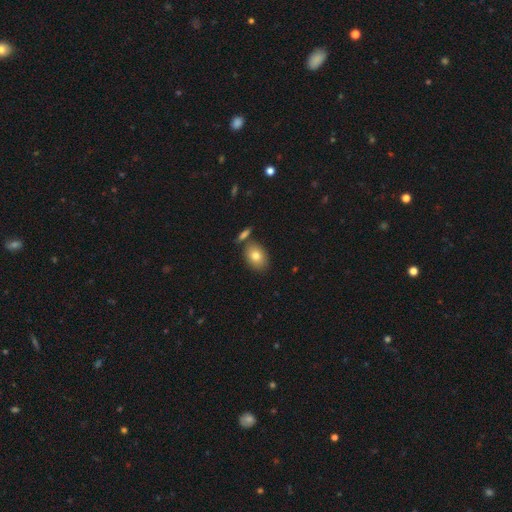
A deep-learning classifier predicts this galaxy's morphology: This is likely a smooth galaxy (79%). How rounded: likely in between (74%). Merging: likely none (73%).